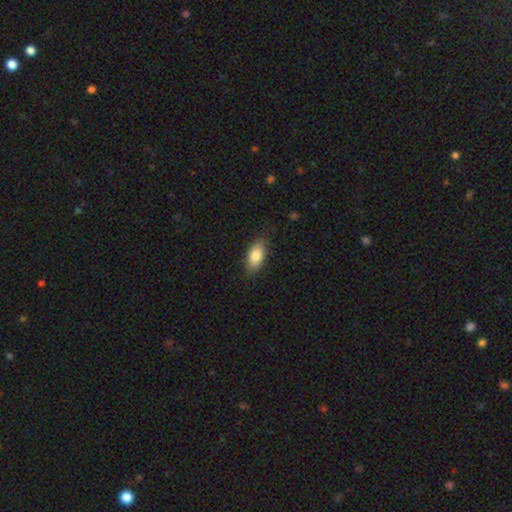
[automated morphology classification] A smooth galaxy with no disk features (82%) that is in between round and cigar-shaped (90%). Merging: none (84%).